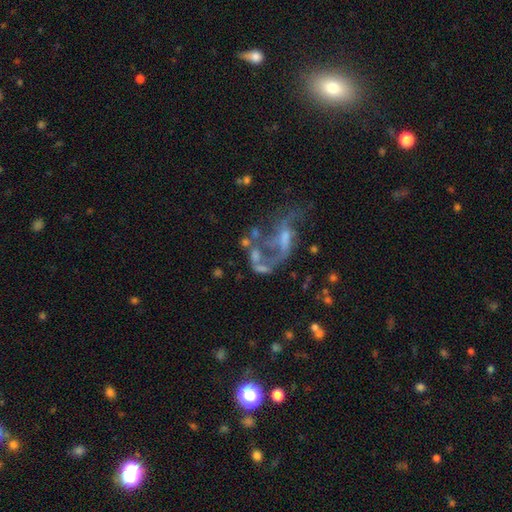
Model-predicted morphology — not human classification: smooth_or_featured: featured or disk (p=0.68) [alt: smooth p=0.17]
disk_edge_on: no (p=0.97) [alt: yes p=0.03]
bar: no (p=0.61) [alt: weak p=0.29]
has_spiral_arms: yes (p=0.51) [alt: no p=0.49]
bulge_size: none (p=0.44) [alt: small p=0.27]
merging: major disturbance (p=0.39) [alt: none p=0.26]